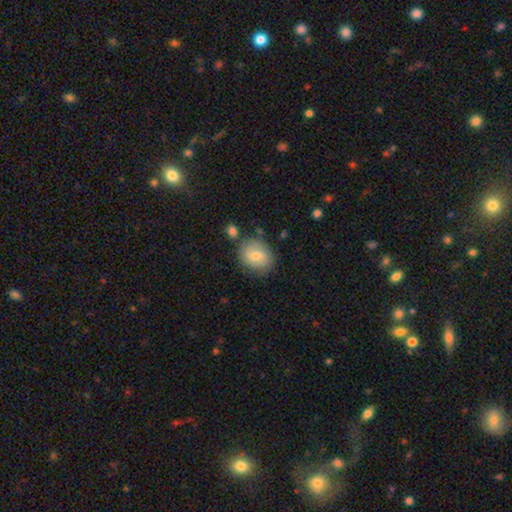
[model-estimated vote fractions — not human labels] A smooth galaxy with no disk features (67%) that is round (59%). Merging: none (72%).